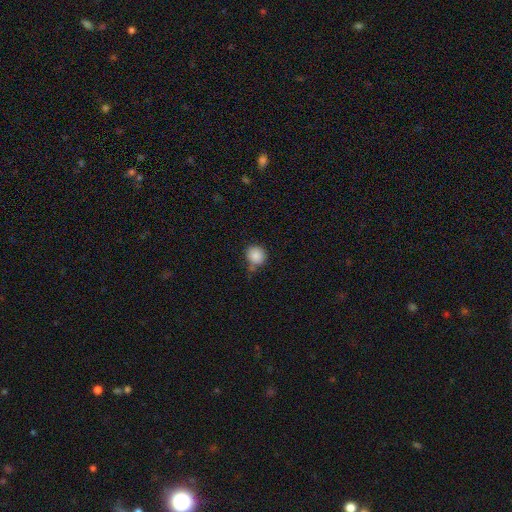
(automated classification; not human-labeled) Q: Smooth or featured?
A: smooth (86%); runner-up: star or artifact (9%)
Q: How rounded?
A: round (87%); runner-up: in between (12%)
Q: Merging?
A: none (59%); runner-up: minor disturbance (26%)